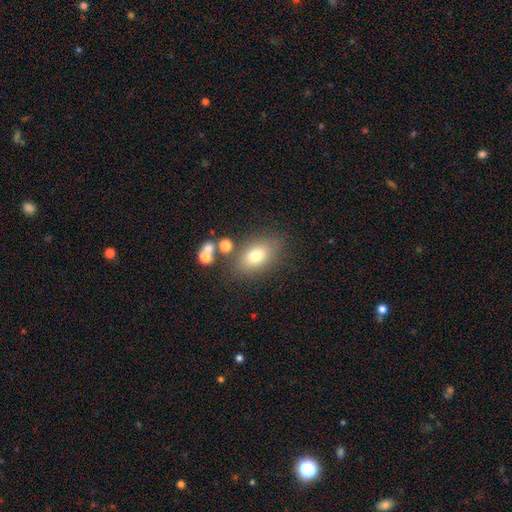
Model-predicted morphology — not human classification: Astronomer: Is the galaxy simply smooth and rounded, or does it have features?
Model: smooth — 75%.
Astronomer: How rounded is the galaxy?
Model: in between — 80%.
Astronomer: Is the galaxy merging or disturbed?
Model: none — 75%.